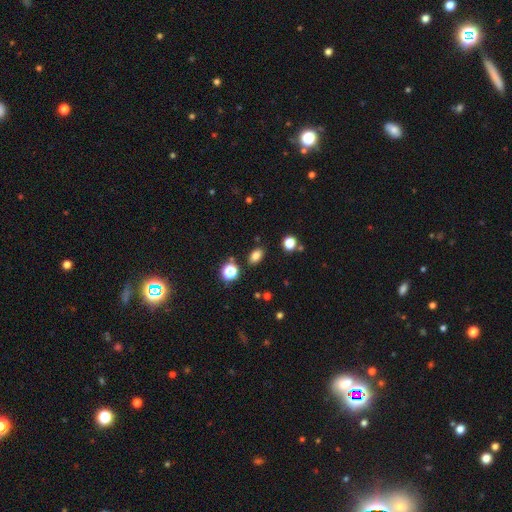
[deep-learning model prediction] smooth_or_featured: smooth (p=0.80) [alt: star or artifact p=0.14]
how_rounded: in between (p=0.82) [alt: round p=0.16]
merging: none (p=0.86) [alt: minor disturbance p=0.09]